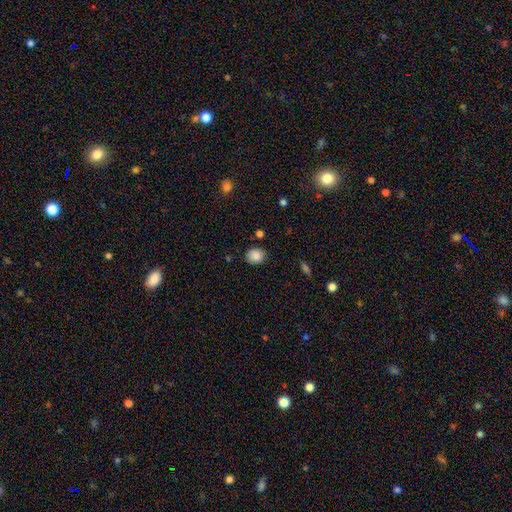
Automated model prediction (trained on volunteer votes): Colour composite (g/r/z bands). It shows a smooth galaxy with no disk features (85%) that is round (61%). Merging: none (84%).